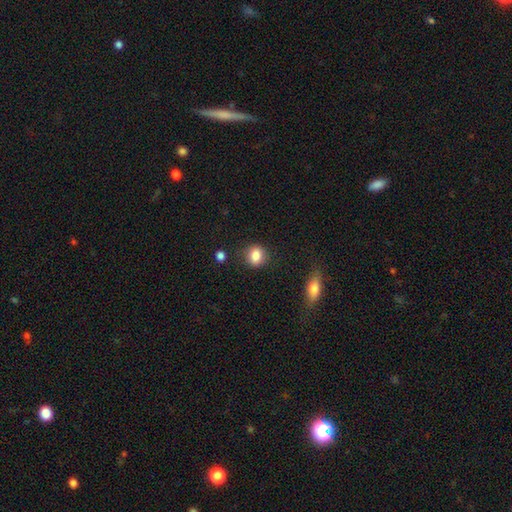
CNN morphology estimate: smooth_or_featured: smooth (p=0.84) [alt: star or artifact p=0.09]
how_rounded: round (p=0.68) [alt: in between p=0.31]
merging: none (p=0.83) [alt: minor disturbance p=0.11]